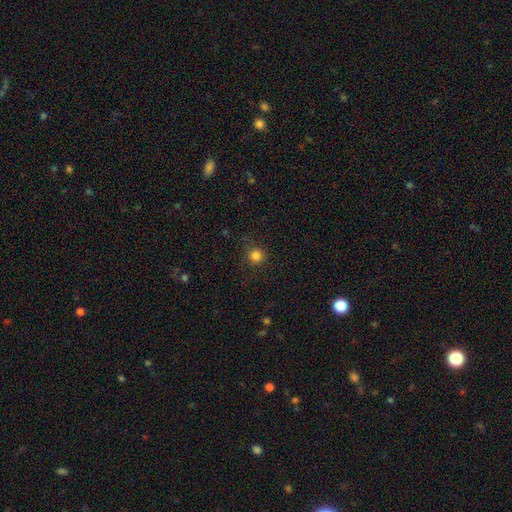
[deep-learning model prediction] Smooth or featured?
  - smooth: 82% *
  - star or artifact: 14%
  - featured or disk: 4%
How rounded?
  - round: 95% *
  - in between: 4%
  - cigar-shaped: 1%
Merging?
  - none: 88% *
  - minor disturbance: 8%
  - major disturbance: 3%
  - merger: 1%